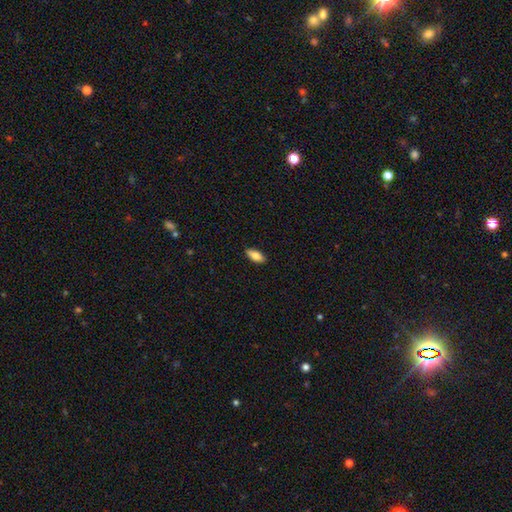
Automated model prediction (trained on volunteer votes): Morphology: type=smooth (79%); roundness=in between (84%); merging=none (89%).